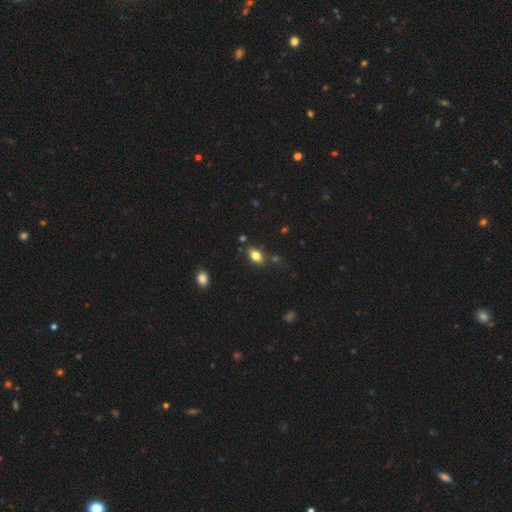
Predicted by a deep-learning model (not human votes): smooth_or_featured: smooth (p=0.79) [alt: featured or disk p=0.12]
how_rounded: in between (p=0.87) [alt: round p=0.09]
merging: none (p=0.77) [alt: minor disturbance p=0.14]